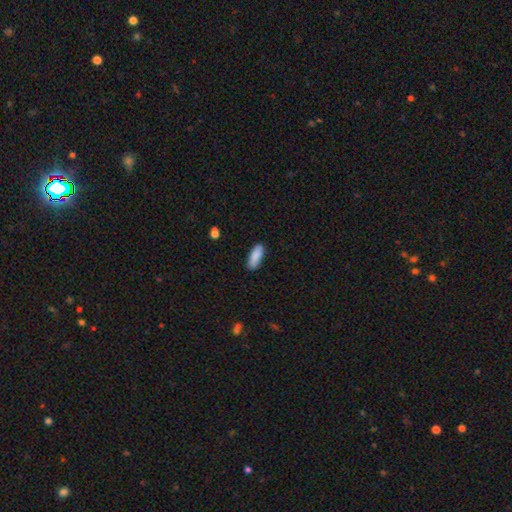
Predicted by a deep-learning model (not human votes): smooth 88%, star or artifact 6%, featured or disk 6%. Down the decision tree: how rounded — in between (65%); merging — none (84%).